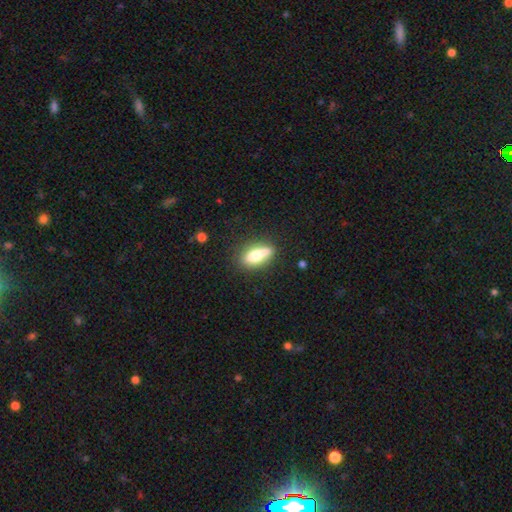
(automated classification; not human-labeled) Smooth or featured?
  - smooth: 65% *
  - featured or disk: 28%
  - star or artifact: 8%
How rounded?
  - in between: 68% *
  - cigar-shaped: 27%
  - round: 5%
Merging?
  - none: 61% *
  - minor disturbance: 21%
  - merger: 11%
  - major disturbance: 7%